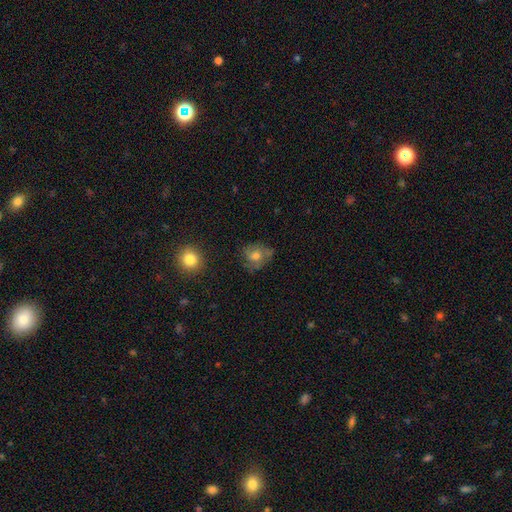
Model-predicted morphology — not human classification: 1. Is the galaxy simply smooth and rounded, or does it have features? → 49% smooth, 40% featured or disk, 11% star or artifact.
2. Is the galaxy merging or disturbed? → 63% none, 23% minor disturbance, 11% major disturbance, 2% merger.